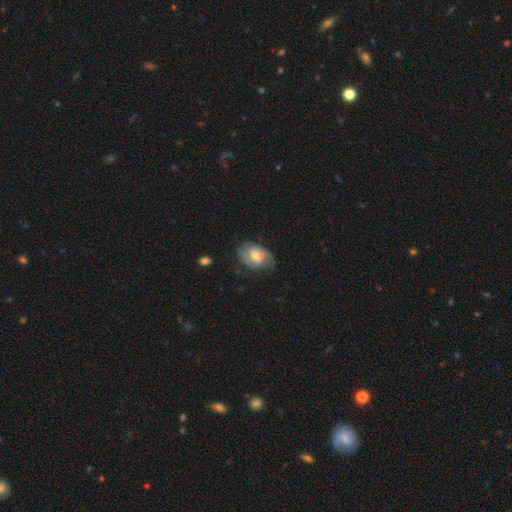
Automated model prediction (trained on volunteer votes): featured or disk 57%, smooth 35%, star or artifact 7%. Down the decision tree: edge-on disk — no (96%); bar — no (56%); spiral arms — yes (74%); bulge size — moderate (57%); merging — none (52%).